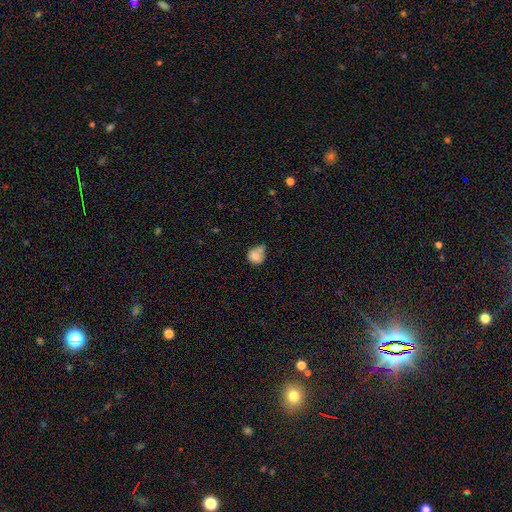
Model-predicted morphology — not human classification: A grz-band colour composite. It shows a smooth galaxy with no disk features (77%) that is round (69%). Merging: none (36%).